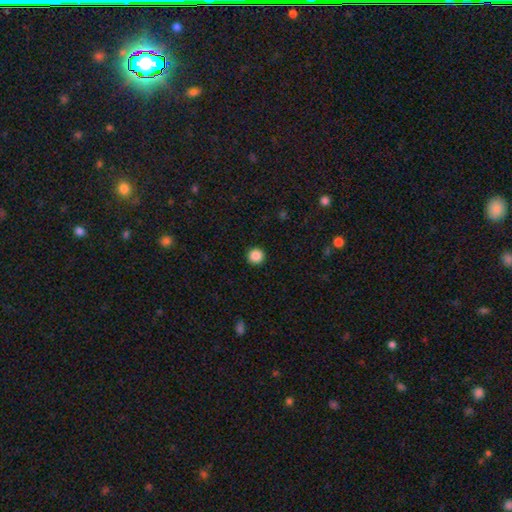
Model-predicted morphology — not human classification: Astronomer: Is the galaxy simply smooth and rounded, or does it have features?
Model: smooth — 88%.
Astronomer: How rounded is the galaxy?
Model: round — 96%.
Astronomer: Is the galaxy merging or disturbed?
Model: none — 93%.